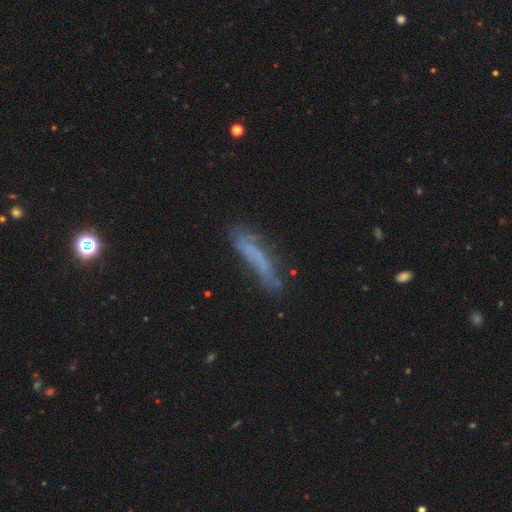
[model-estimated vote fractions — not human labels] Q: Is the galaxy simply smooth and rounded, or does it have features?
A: smooth — 50%.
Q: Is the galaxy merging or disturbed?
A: none — 53%.